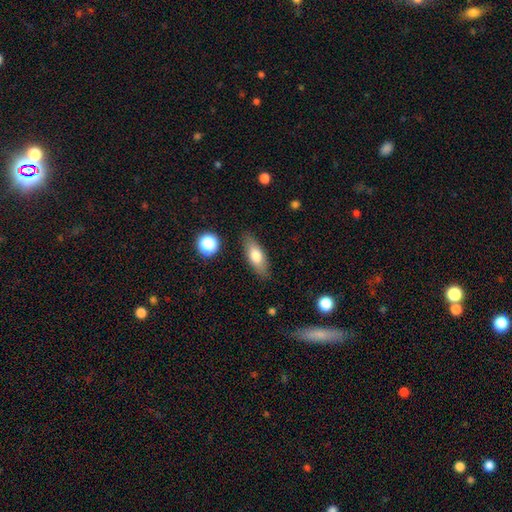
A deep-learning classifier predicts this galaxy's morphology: Smooth or featured? smooth (72%)
How rounded? in between (69%)
Merging? none (85%)